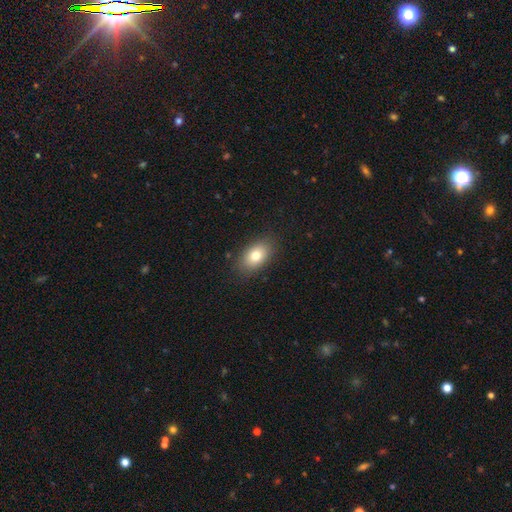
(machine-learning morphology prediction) This is likely a smooth galaxy (78%). How rounded: clearly in between (88%). Merging: clearly none (86%).